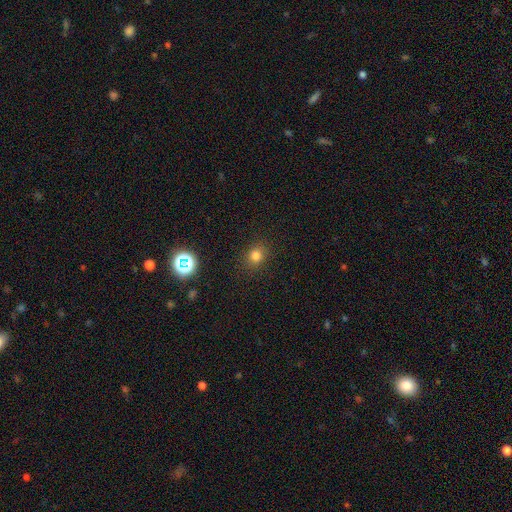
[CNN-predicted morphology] Overall: smooth (77%). How rounded: round (71%). Merging: none (86%).